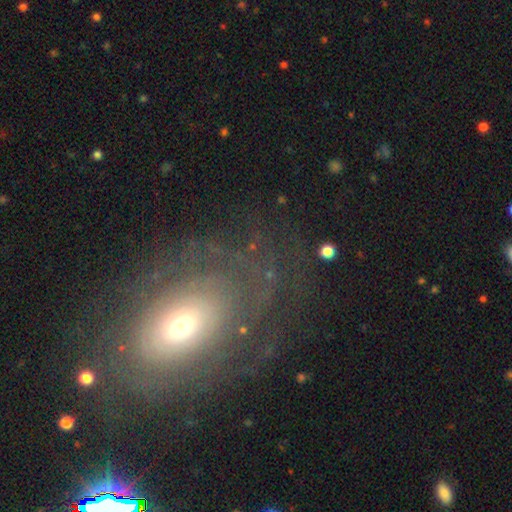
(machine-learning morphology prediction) A featured or disk galaxy (65%) with no bar (78%), spiral arms (66%) and a moderate central bulge (49%). Merging: none (73%).